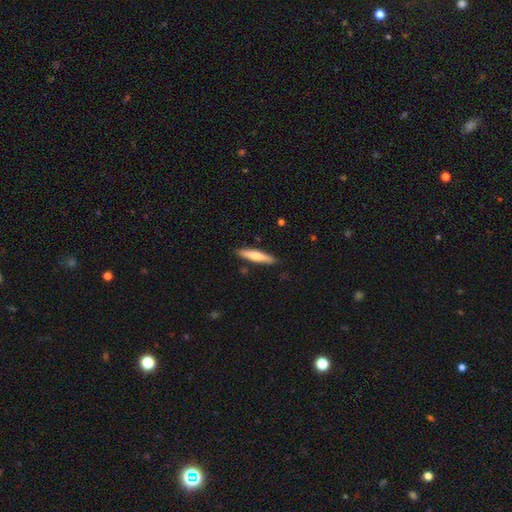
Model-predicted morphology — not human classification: A smooth galaxy with no disk features (64%) that is cigar-shaped (87%).

Vote fractions:
- Smooth or featured? smooth: 64% / featured or disk: 31% / star or artifact: 5%
- How rounded? cigar-shaped: 87% / in between: 12% / round: 1%
- Merging? none: 87% / minor disturbance: 10% / major disturbance: 2% / merger: 2%